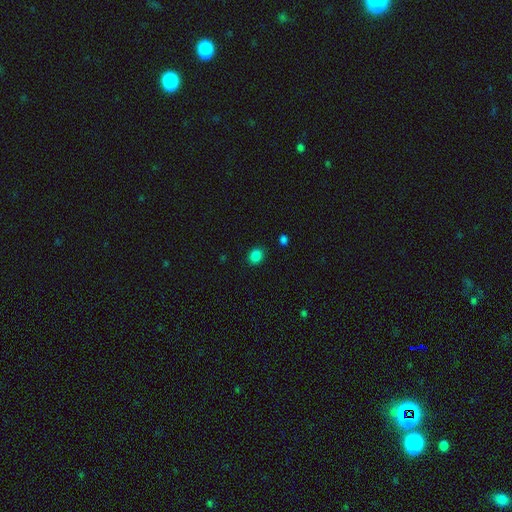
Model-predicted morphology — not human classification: This appears to be a smooth galaxy with no disk features (85%) that is round (66%). Merging: none (88%).